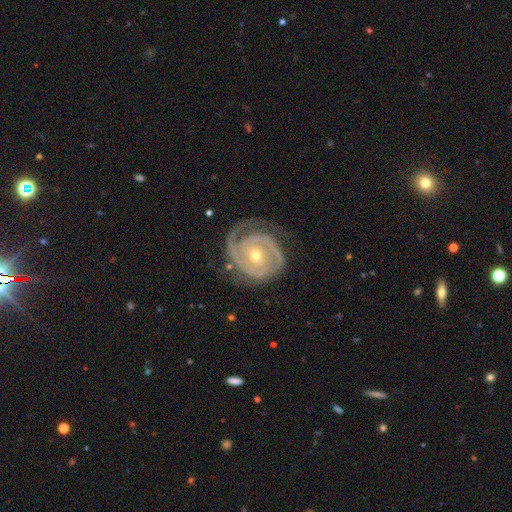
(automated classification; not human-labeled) This is clearly a featured or disk galaxy (92%). It is clearly not viewed edge-on (97%). Bar: likely no (64%). Spiral arm pattern: clearly yes (98%). Spiral arm count: likely 2 (62%). Spiral winding: likely tight (76%). Central bulge: possibly small (53%). Merging: likely none (72%).